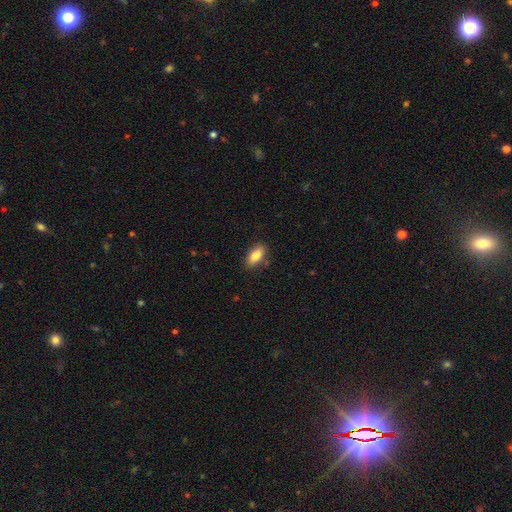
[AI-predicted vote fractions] The model was most divided on "merging": none: 85%, minor disturbance: 11%, major disturbance: 2%, merger: 1%. More confident: how rounded — in between (88%); smooth or featured — smooth (85%).